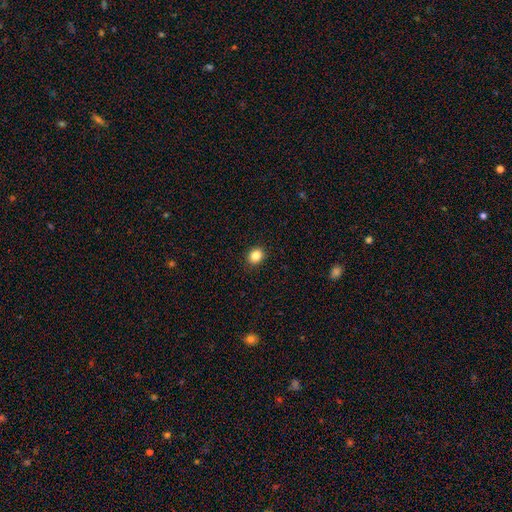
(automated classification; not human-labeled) Smooth or featured?
  - smooth: 86% *
  - star or artifact: 10%
  - featured or disk: 4%
How rounded?
  - round: 64% *
  - in between: 35%
  - cigar-shaped: 1%
Merging?
  - none: 91% *
  - minor disturbance: 6%
  - major disturbance: 2%
  - merger: 1%